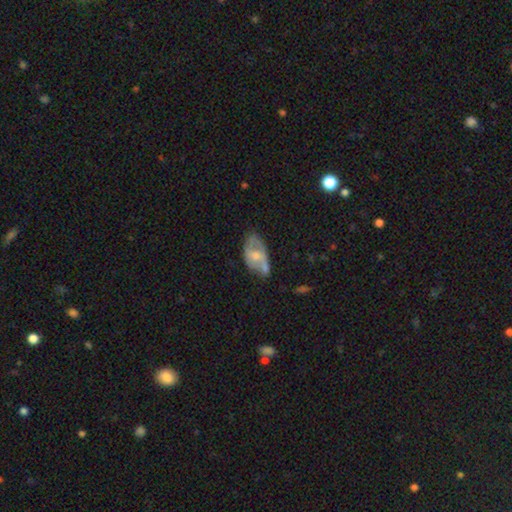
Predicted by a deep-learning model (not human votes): Smooth or featured? Predicted: featured or disk (p=0.50). Merging? Predicted: none (p=0.39).